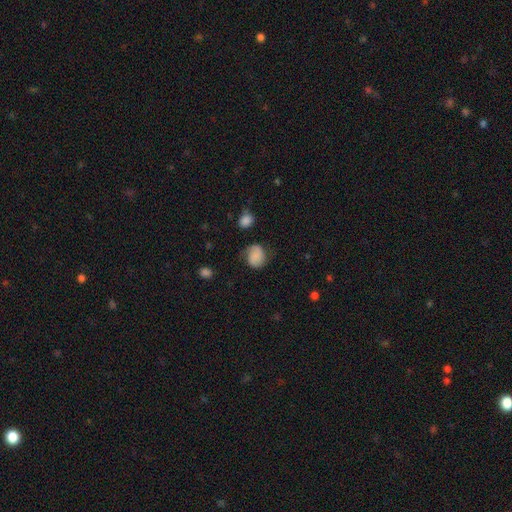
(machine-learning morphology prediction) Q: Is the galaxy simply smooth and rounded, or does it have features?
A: smooth — 69%.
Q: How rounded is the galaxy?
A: round — 62%.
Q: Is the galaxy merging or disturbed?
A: none — 58%.